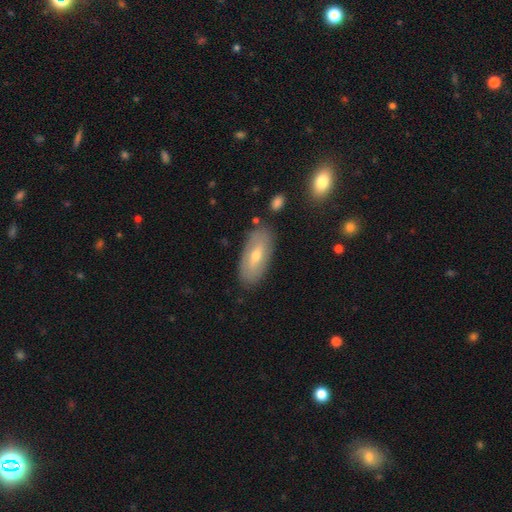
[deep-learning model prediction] Overall: smooth (50%; featured or disk 43%). Merging: none (83%).